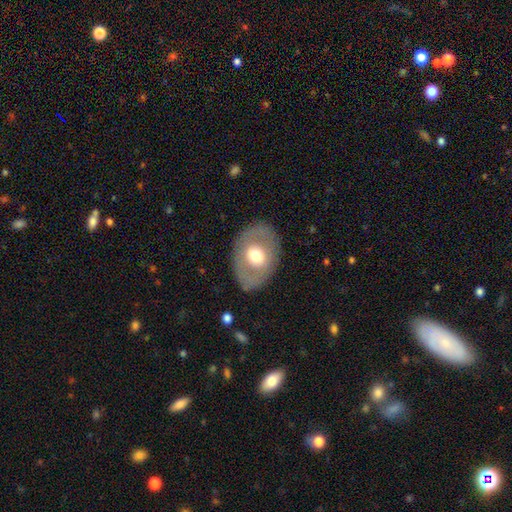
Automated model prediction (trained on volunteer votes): Smooth or featured? smooth (50%)
How rounded? in between (71%)
Merging? none (82%)